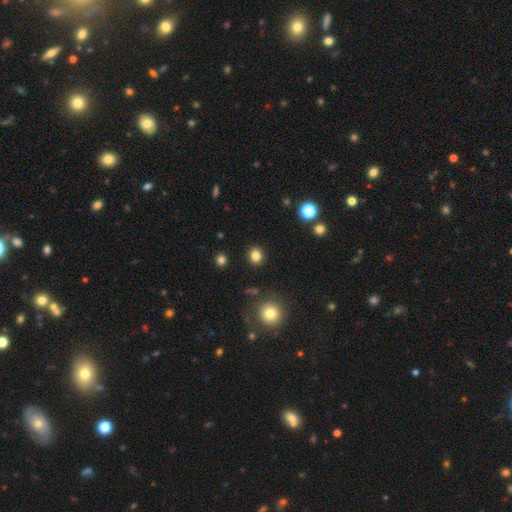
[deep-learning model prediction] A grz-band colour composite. It shows a smooth galaxy with no disk features (83%) that is round (83%). Merging: none (90%).